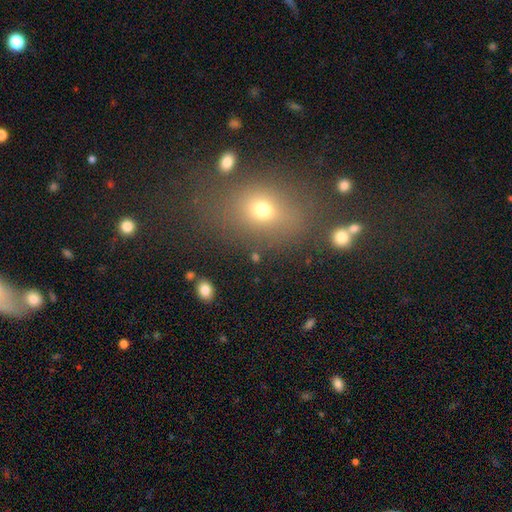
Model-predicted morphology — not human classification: Q: Smooth or featured?
A: smooth (63%); runner-up: star or artifact (23%)
Q: How rounded?
A: in between (61%); runner-up: round (37%)
Q: Merging?
A: none (69%); runner-up: minor disturbance (13%)